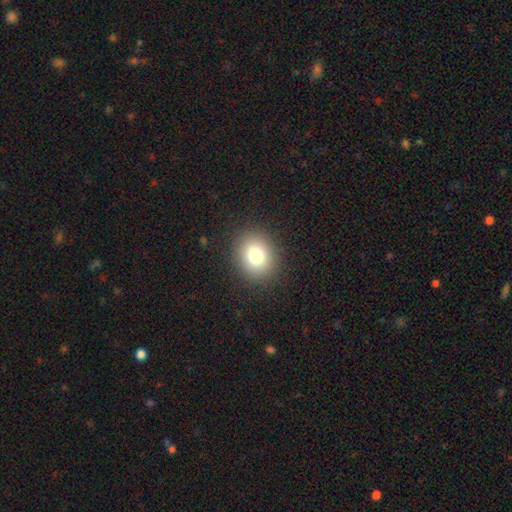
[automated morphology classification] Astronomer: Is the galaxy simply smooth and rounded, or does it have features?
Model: smooth — 79%.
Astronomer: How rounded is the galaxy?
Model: round — 70%.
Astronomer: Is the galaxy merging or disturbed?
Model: none — 89%.